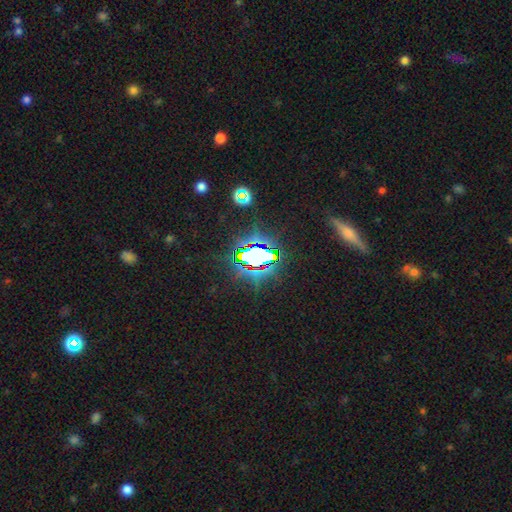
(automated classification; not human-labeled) Smooth or featured? star or artifact (74%)